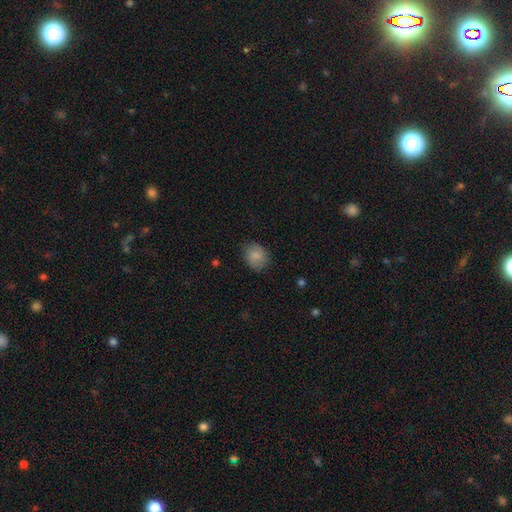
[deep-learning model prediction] Q: Smooth or featured?
A: smooth (82%); runner-up: featured or disk (10%)
Q: How rounded?
A: round (58%); runner-up: in between (41%)
Q: Merging?
A: none (76%); runner-up: minor disturbance (18%)